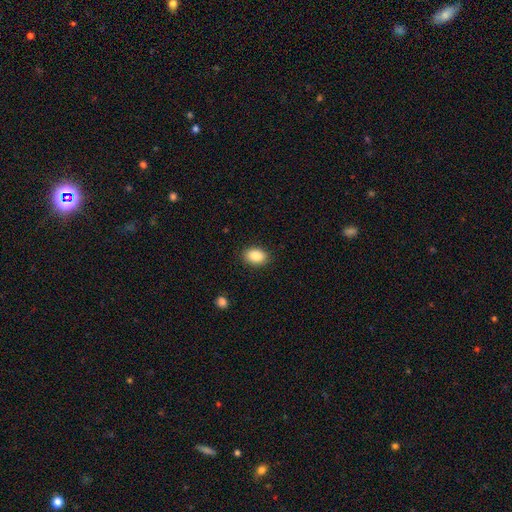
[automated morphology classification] smooth_or_featured: smooth (p=0.87) [alt: star or artifact p=0.08]
how_rounded: in between (p=0.82) [alt: round p=0.17]
merging: none (p=0.89) [alt: minor disturbance p=0.08]